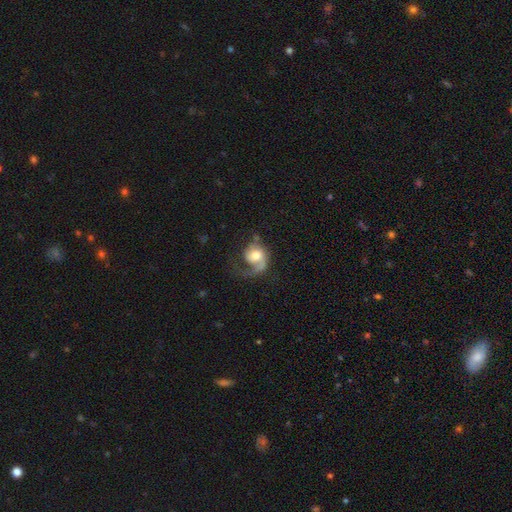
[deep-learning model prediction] featured or disk 65%, smooth 28%, star or artifact 7%. Down the decision tree: edge-on disk — no (97%); bar — no (72%); spiral arms — yes (90%); spiral arm count — 1 (75%); spiral winding — loose (45%); bulge size — moderate (48%); merging — major disturbance (40%).